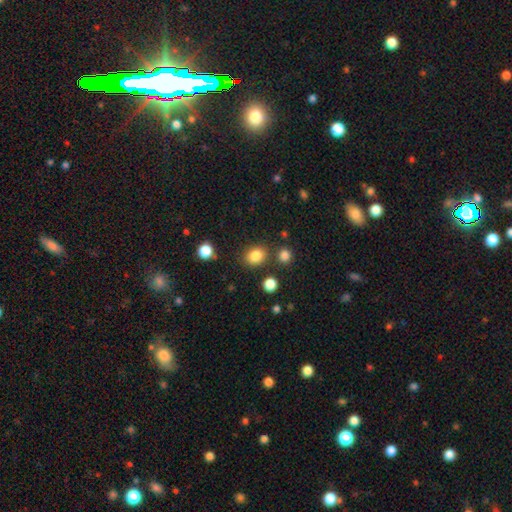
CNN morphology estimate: This appears to be a smooth galaxy with no disk features (84%) that is round (52%). Merging: none (79%).